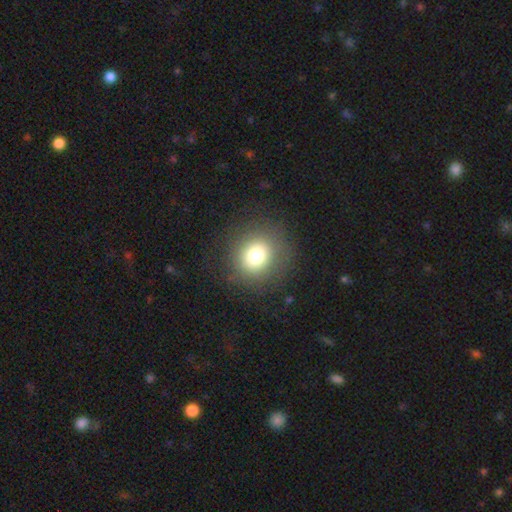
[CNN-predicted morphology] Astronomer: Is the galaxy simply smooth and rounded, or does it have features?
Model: smooth — 74%.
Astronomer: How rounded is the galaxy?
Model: round — 88%.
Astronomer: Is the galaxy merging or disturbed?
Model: none — 85%.